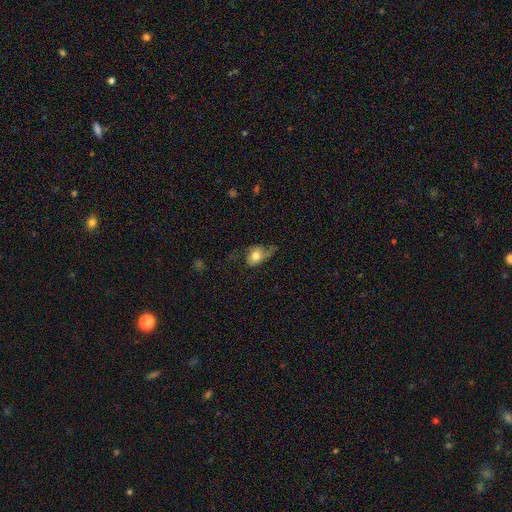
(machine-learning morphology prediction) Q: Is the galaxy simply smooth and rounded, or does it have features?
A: smooth — 68%.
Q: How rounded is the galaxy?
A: in between — 75%.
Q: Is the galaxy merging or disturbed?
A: minor disturbance — 33%, tied with major disturbance.